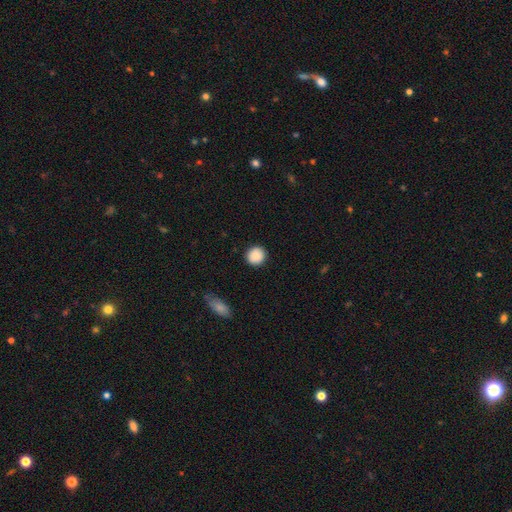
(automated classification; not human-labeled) Smooth or featured: smooth — 88% (star or artifact — 8%)
How rounded: round — 93% (in between — 6%)
Merging: none — 92% (minor disturbance — 5%)